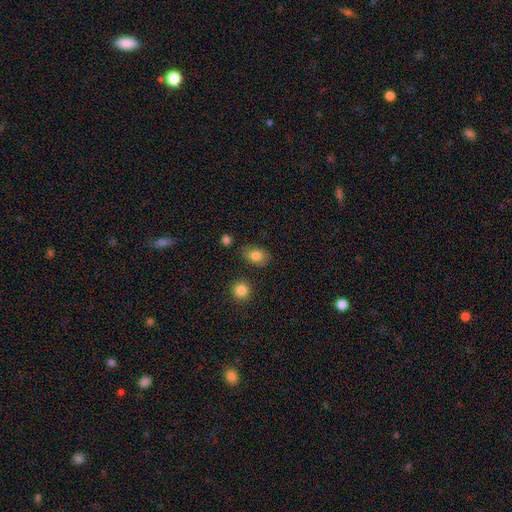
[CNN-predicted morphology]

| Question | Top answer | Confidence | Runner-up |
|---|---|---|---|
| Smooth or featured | smooth | 83% | featured or disk (9%) |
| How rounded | in between | 77% | round (21%) |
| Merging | none | 79% | minor disturbance (14%) |